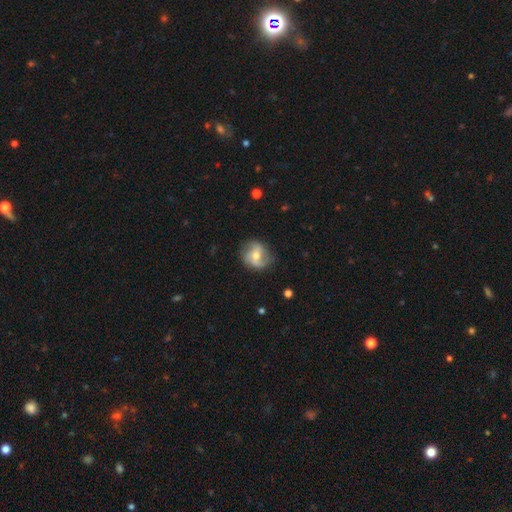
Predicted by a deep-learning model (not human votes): smooth_or_featured: featured or disk (p=0.68) [alt: smooth p=0.25]
disk_edge_on: no (p=0.97) [alt: yes p=0.03]
bar: no (p=0.42) [alt: weak p=0.41]
has_spiral_arms: yes (p=0.89) [alt: no p=0.11]
spiral_winding: loose (p=0.43) [alt: medium p=0.40]
spiral_arm_count: 2 (p=0.72) [alt: can't tell p=0.11]
bulge_size: moderate (p=0.57) [alt: small p=0.37]
merging: none (p=0.74) [alt: minor disturbance p=0.18]